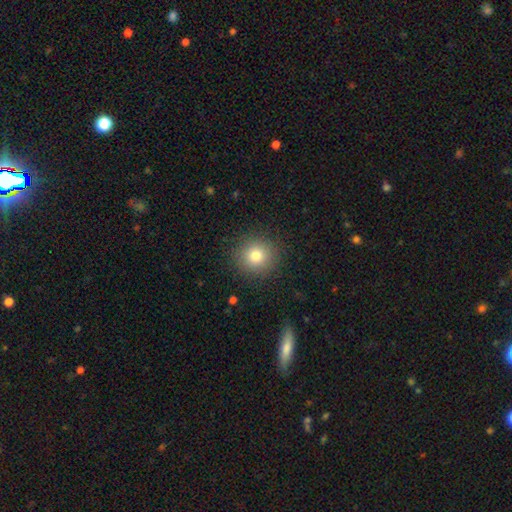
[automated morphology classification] The model was most divided on "smooth or featured": smooth: 80%, star or artifact: 12%, featured or disk: 9%. More confident: how rounded — round (91%); merging — none (90%).